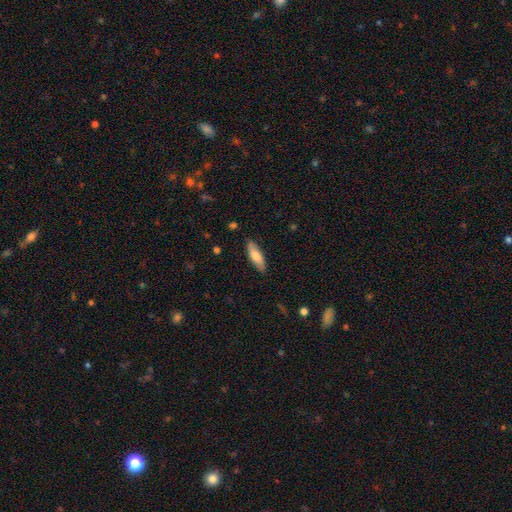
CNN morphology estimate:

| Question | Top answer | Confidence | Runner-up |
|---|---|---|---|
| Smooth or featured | smooth | 75% | featured or disk (20%) |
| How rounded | in between | 52% | cigar-shaped (46%) |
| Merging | none | 85% | minor disturbance (11%) |